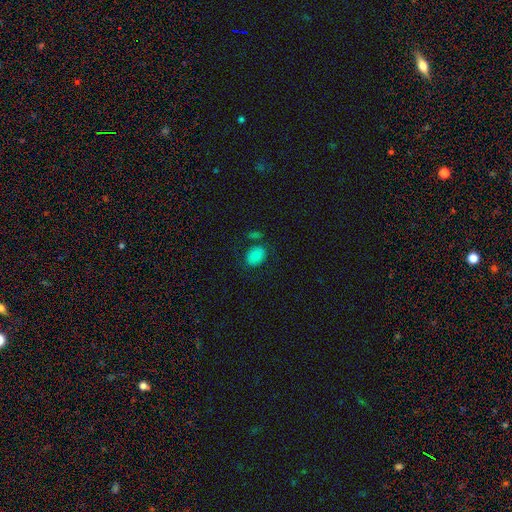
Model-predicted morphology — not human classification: Smooth or featured: smooth — 81% (featured or disk — 10%)
How rounded: in between — 58% (round — 41%)
Merging: none — 75% (minor disturbance — 13%)